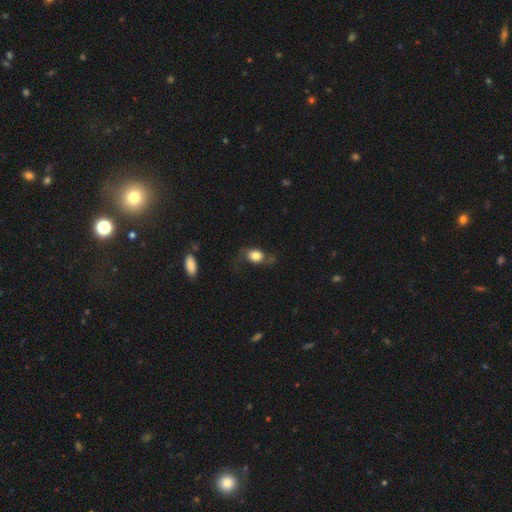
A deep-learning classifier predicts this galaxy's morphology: Smooth or featured? smooth (65%)
How rounded? in between (59%)
Merging? none (49%)